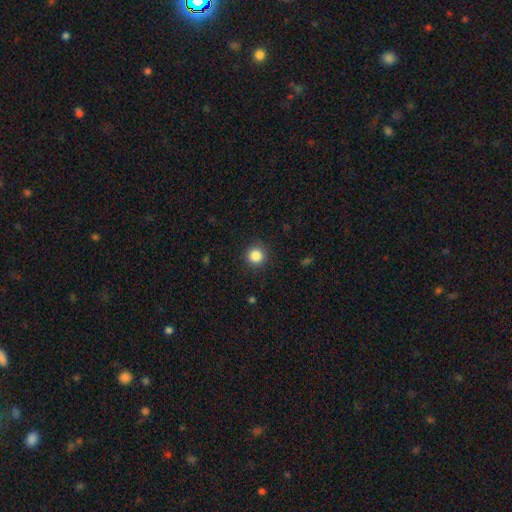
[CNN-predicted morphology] A smooth galaxy with no disk features (85%) that is round (94%). Merging: none (90%).